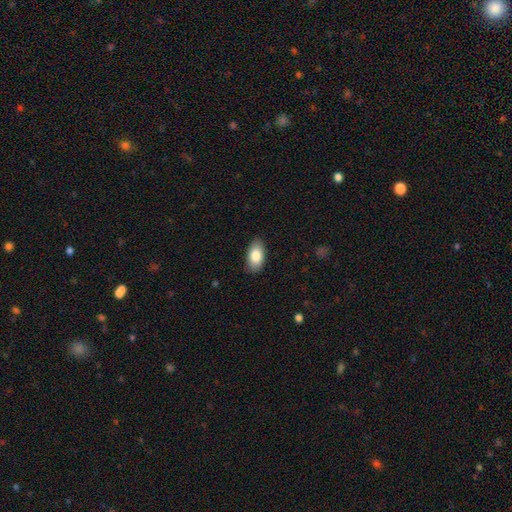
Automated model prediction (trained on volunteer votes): This is clearly a smooth galaxy (83%). How rounded: clearly in between (94%). Merging: clearly none (87%).